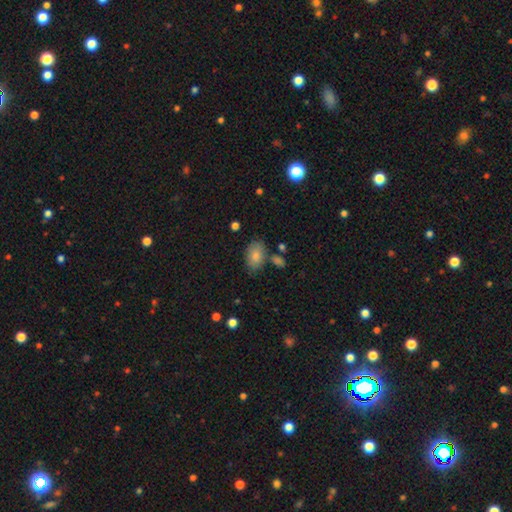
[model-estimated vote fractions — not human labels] Overall: smooth (83%). How rounded: in between (90%). Merging: none (70%).